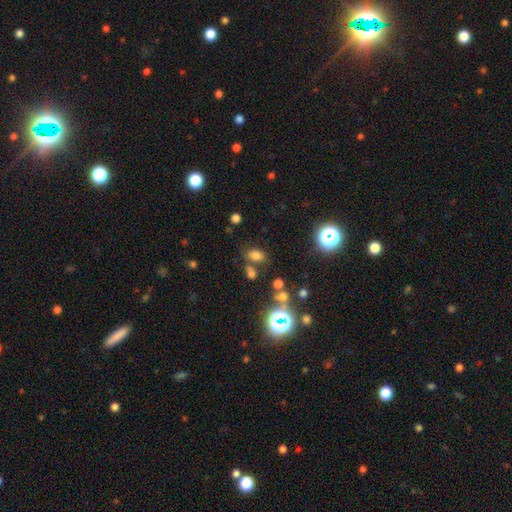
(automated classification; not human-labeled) The model was most divided on "smooth or featured": smooth: 69%, star or artifact: 22%, featured or disk: 9%. More confident: how rounded — in between (78%); merging — none (65%).